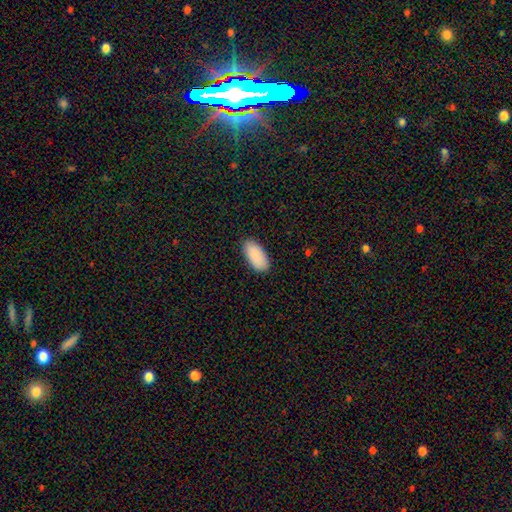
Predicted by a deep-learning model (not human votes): Morphology: type=smooth (90%); roundness=in between (95%); merging=none (88%).